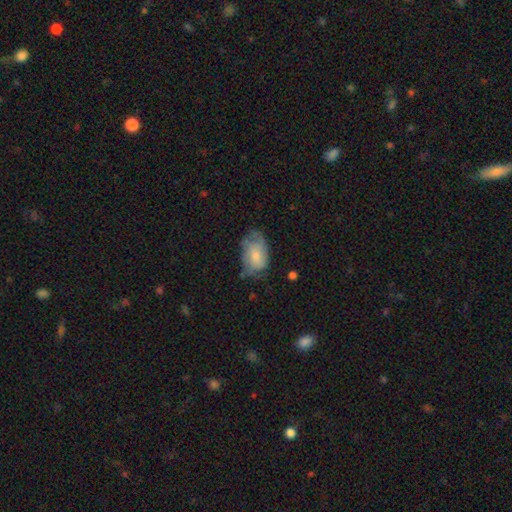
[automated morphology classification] smooth_or_featured: smooth (p=0.65) [alt: featured or disk p=0.28]
how_rounded: in between (p=0.87) [alt: round p=0.11]
merging: none (p=0.42) [alt: minor disturbance p=0.37]